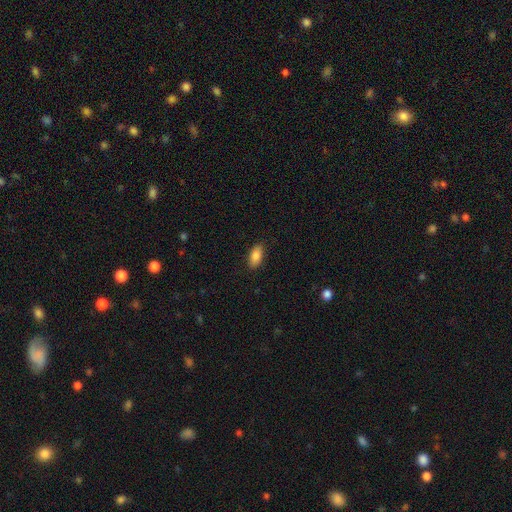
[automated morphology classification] A smooth galaxy with no disk features (85%) that is in between round and cigar-shaped (91%). Merging: none (86%).